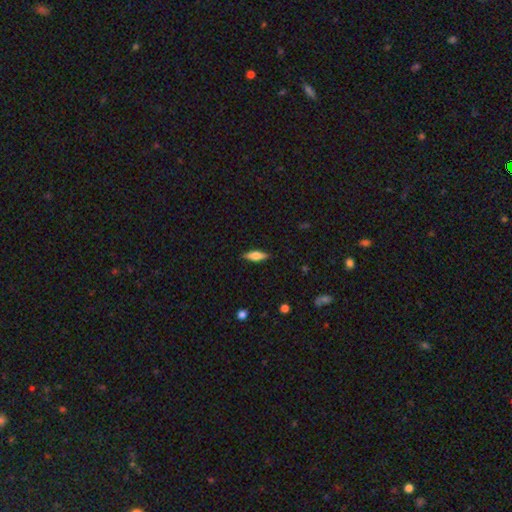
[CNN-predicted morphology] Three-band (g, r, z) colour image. It shows a smooth galaxy with no disk features (64%) that is in between round and cigar-shaped (55%). Merging: none (87%).